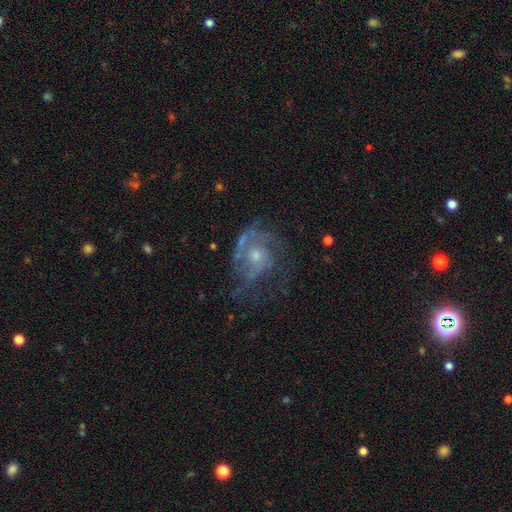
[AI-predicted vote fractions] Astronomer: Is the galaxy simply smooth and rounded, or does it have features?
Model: featured or disk — 77%.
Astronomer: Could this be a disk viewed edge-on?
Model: no — 97%.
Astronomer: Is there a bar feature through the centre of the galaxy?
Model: no — 77%.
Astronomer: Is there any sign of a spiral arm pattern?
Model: yes — 85%.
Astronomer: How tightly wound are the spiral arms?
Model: medium — 43% (runner-up: tight, 38%).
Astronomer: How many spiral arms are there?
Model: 2 — 35% (runner-up: can't tell, 30%).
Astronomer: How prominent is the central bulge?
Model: small — 50% (runner-up: moderate, 43%).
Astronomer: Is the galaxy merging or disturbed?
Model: none — 53%.